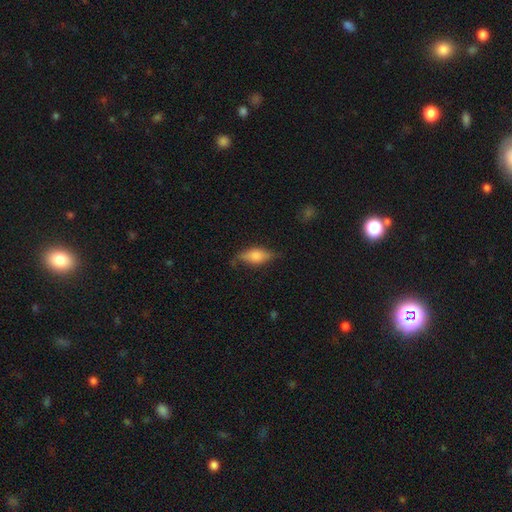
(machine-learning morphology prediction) Smooth or featured?
  - smooth: 57% *
  - featured or disk: 35%
  - star or artifact: 8%
How rounded?
  - in between: 76% *
  - cigar-shaped: 20%
  - round: 4%
Merging?
  - none: 64% *
  - minor disturbance: 26%
  - major disturbance: 8%
  - merger: 2%